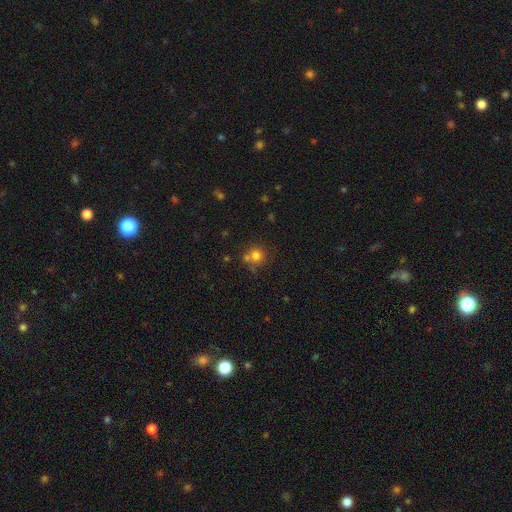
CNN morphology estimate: This is likely a smooth galaxy (77%). How rounded: clearly round (90%). Merging: likely none (61%).